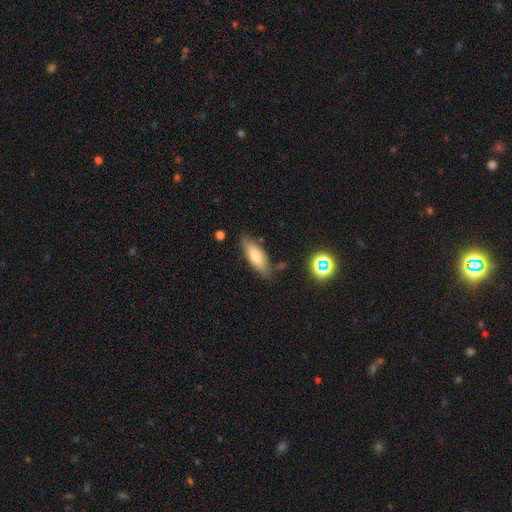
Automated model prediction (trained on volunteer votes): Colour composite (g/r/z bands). It shows a smooth galaxy with no disk features (68%) that is in between round and cigar-shaped (60%). Merging: none (76%).